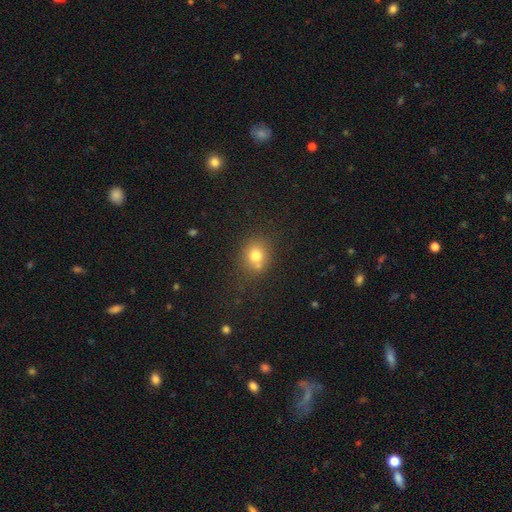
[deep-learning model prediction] Smooth or featured?
  - smooth: 76% *
  - star or artifact: 14%
  - featured or disk: 10%
How rounded?
  - round: 71% *
  - in between: 28%
  - cigar-shaped: 1%
Merging?
  - none: 68% *
  - minor disturbance: 14%
  - merger: 13%
  - major disturbance: 4%